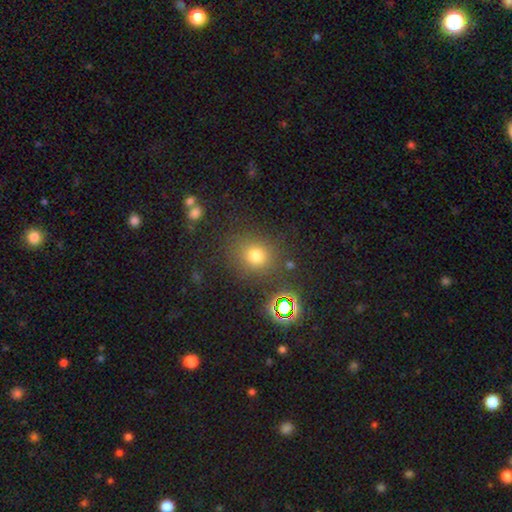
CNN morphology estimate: The model was most divided on "smooth or featured": smooth: 70%, star or artifact: 22%, featured or disk: 8%. More confident: how rounded — round (81%); merging — none (79%).